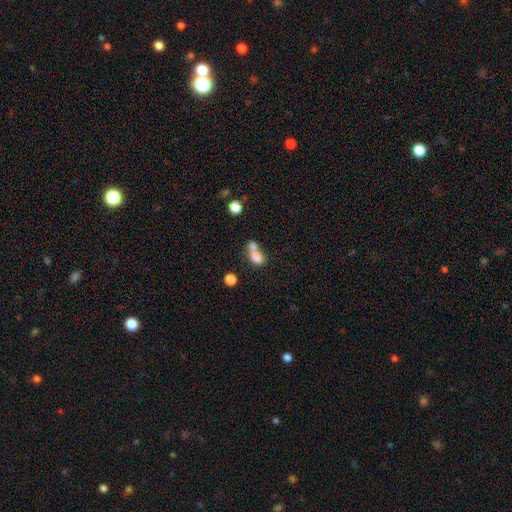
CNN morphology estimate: Smooth or featured: smooth — 75% (featured or disk — 14%)
How rounded: in between — 60% (round — 37%)
Merging: merger — 66% (none — 21%)